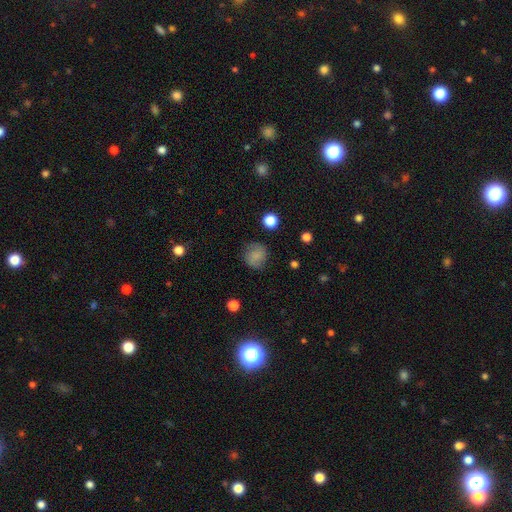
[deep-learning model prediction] Smooth or featured? Predicted: smooth (p=0.77). How rounded? Predicted: round (p=0.83). Merging? Predicted: none (p=0.77).